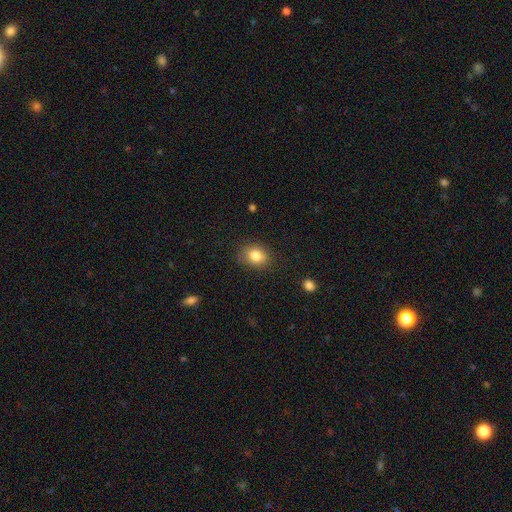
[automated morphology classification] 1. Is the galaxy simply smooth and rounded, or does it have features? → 84% smooth, 10% star or artifact, 7% featured or disk.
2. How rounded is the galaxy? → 50% in between, 49% round, 1% cigar-shaped.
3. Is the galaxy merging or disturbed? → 82% none, 13% minor disturbance, 3% major disturbance, 1% merger.